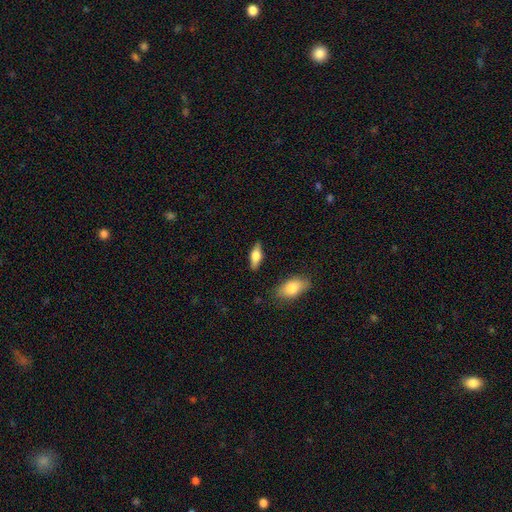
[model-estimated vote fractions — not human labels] smooth-or-featured: smooth: 60% | featured or disk: 33% | star or artifact: 6%
  how-rounded: in between: 70% | cigar-shaped: 26% | round: 4%
  merging: none: 84% | minor disturbance: 11% | major disturbance: 3% | merger: 2%